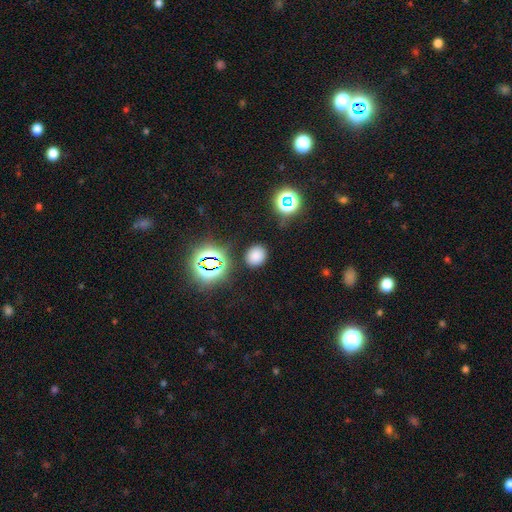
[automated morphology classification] This is likely a smooth galaxy (74%). How rounded: likely round (65%). Merging: clearly none (86%).